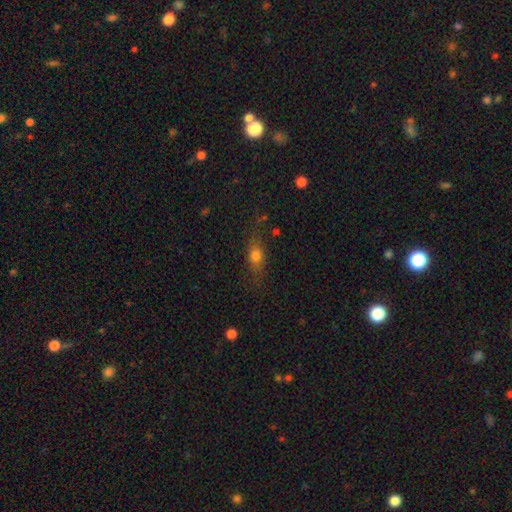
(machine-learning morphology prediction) smooth 65%, featured or disk 22%, star or artifact 13%. Down the decision tree: how rounded — in between (61%); merging — none (73%).